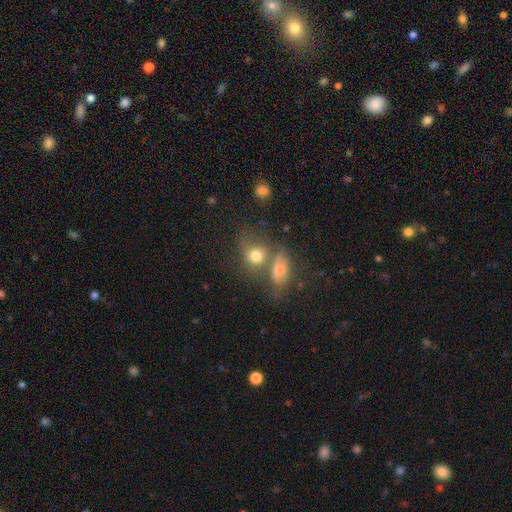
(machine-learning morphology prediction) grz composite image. It shows a smooth galaxy with no disk features (70%) that is round (57%). Merging: none (39%).